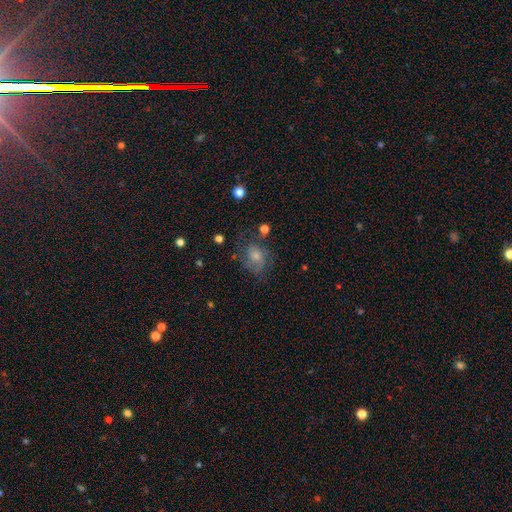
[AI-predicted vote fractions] This is possibly a featured or disk galaxy (55%). It is clearly not viewed edge-on (97%). Bar: likely no (71%). Spiral arm pattern: clearly yes (85%). Central bulge: possibly moderate (50%). Merging: likely none (68%).